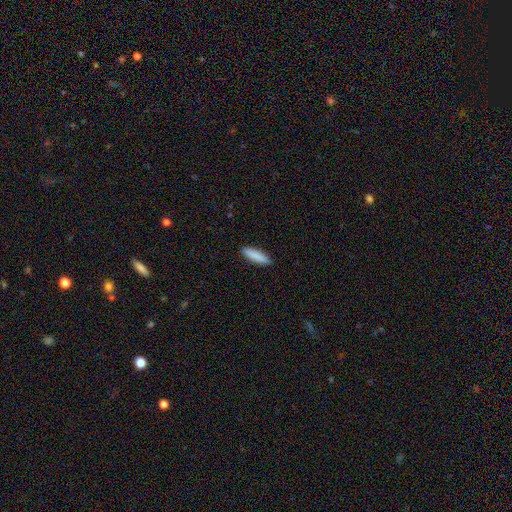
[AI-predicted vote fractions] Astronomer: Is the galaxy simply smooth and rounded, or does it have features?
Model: smooth — 88%.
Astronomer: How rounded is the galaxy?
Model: cigar-shaped — 74%.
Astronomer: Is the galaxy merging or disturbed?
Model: none — 90%.